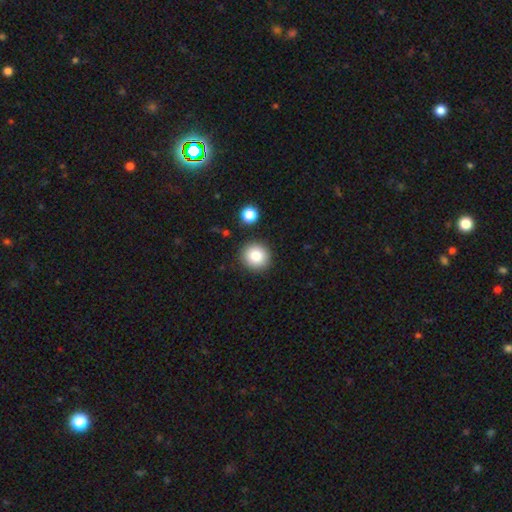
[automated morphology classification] smooth_or_featured: smooth (p=0.84) [alt: star or artifact p=0.10]
how_rounded: round (p=0.91) [alt: in between p=0.09]
merging: none (p=0.88) [alt: minor disturbance p=0.07]